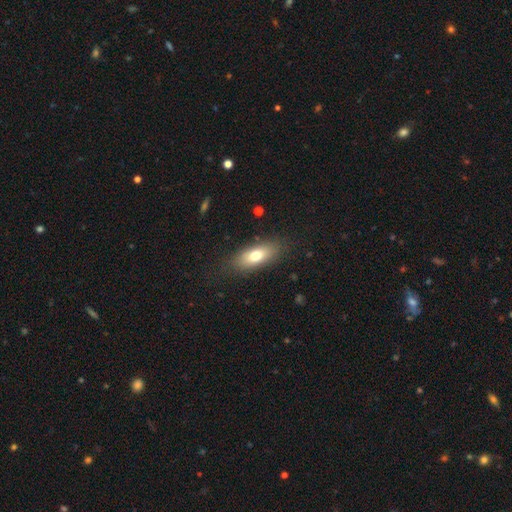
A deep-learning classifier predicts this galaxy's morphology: Smooth or featured: smooth — 72% (featured or disk — 20%)
How rounded: in between — 77% (cigar-shaped — 17%)
Merging: none — 81% (minor disturbance — 13%)